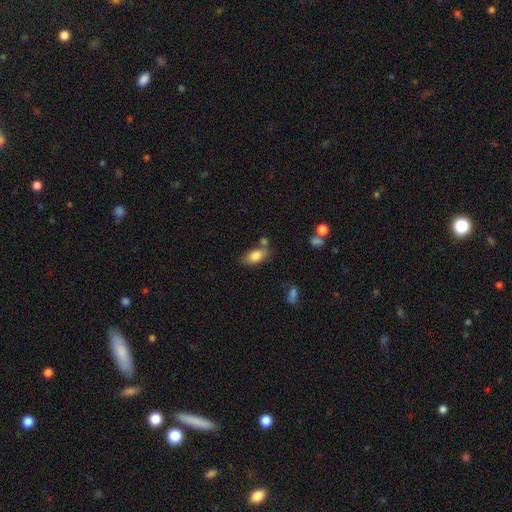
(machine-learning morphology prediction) This appears to be a smooth galaxy with no disk features (81%) that is in between round and cigar-shaped (89%). Merging: none (59%).